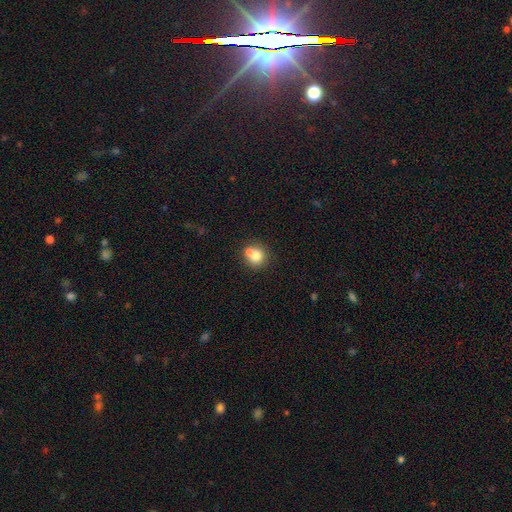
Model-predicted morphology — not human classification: smooth 76%, featured or disk 14%, star or artifact 10%. Down the decision tree: how rounded — round (85%); merging — none (47%).